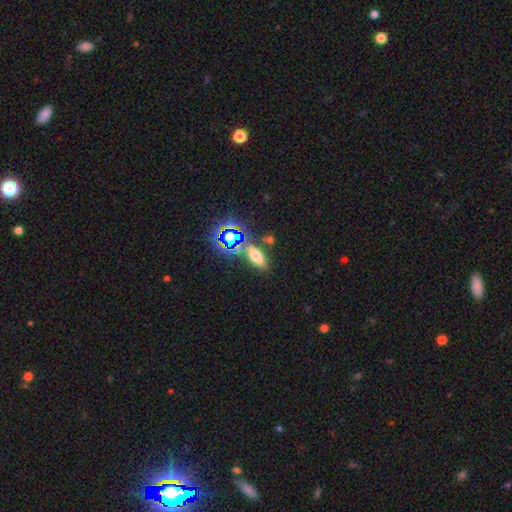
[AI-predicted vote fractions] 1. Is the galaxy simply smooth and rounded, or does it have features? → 57% smooth, 29% star or artifact, 14% featured or disk.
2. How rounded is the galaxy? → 65% in between, 23% cigar-shaped, 12% round.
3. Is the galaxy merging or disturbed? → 76% none, 10% minor disturbance, 9% merger, 4% major disturbance.